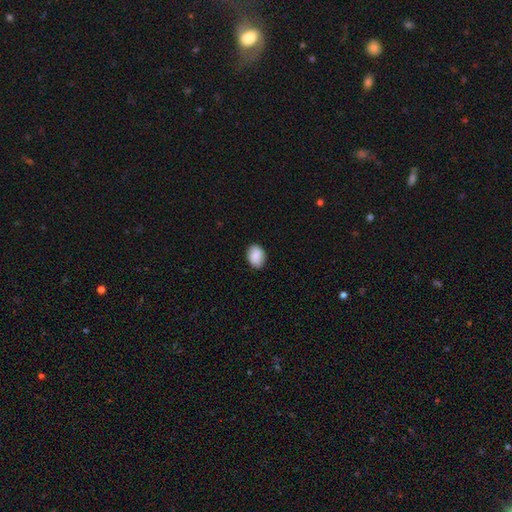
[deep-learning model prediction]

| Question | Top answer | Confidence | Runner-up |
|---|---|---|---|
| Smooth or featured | smooth | 88% | star or artifact (7%) |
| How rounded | in between | 68% | round (31%) |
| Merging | none | 85% | minor disturbance (11%) |